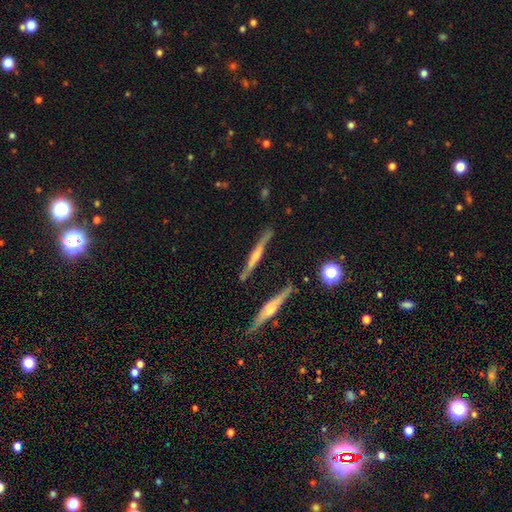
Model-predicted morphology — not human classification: Smooth or featured? Predicted: featured or disk (p=0.73). Edge-on disk? Predicted: yes (p=0.95). Edge-on bulge? Predicted: rounded (p=0.68). Merging? Predicted: none (p=0.82).